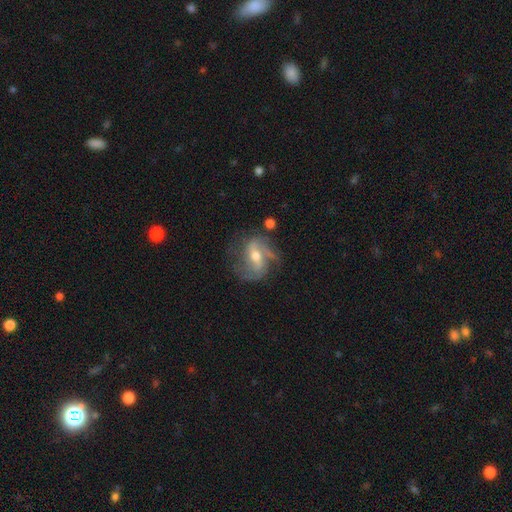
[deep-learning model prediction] Smooth or featured?
  - featured or disk: 82% *
  - smooth: 11%
  - star or artifact: 7%
Edge-on disk?
  - no: 96% *
  - yes: 4%
Bar?
  - weak: 44% *
  - strong: 34%
  - no: 22%
Spiral arms?
  - yes: 93% *
  - no: 7%
Spiral winding?
  - medium: 44% *
  - loose: 35%
  - tight: 21%
Spiral arm count?
  - 2: 56% *
  - 3: 18%
  - can't tell: 13%
  - 1: 6%
  - 4: 3%
  - more than 4: 3%
Bulge size?
  - moderate: 61% *
  - small: 34%
  - large: 3%
  - none: 1%
  - dominant: 1%
Merging?
  - none: 60% *
  - minor disturbance: 21%
  - major disturbance: 15%
  - merger: 3%